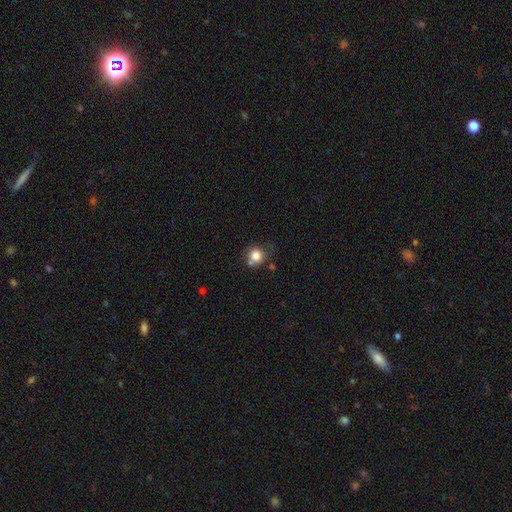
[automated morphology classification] This is clearly a smooth galaxy (81%). How rounded: clearly round (82%). Merging: possibly none (58%).